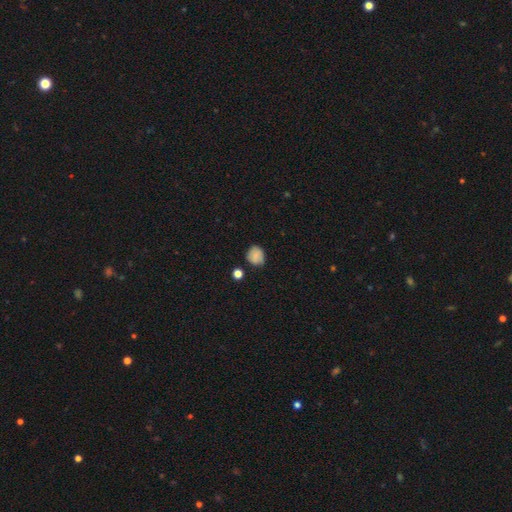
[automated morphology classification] Smooth or featured? Predicted: smooth (p=0.82). How rounded? Predicted: round (p=0.78). Merging? Predicted: none (p=0.74).